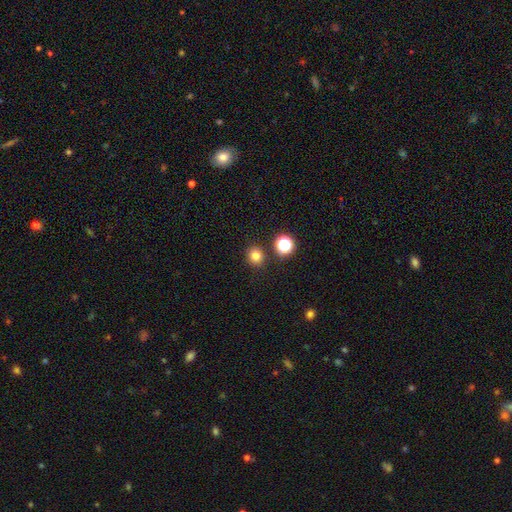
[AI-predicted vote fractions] Smooth or featured?
  - smooth: 78% *
  - star or artifact: 16%
  - featured or disk: 6%
How rounded?
  - round: 85% *
  - in between: 14%
  - cigar-shaped: 1%
Merging?
  - none: 86% *
  - minor disturbance: 7%
  - merger: 4%
  - major disturbance: 2%